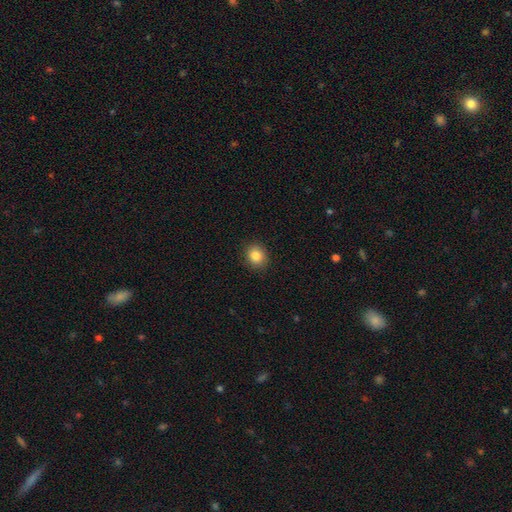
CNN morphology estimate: Smooth or featured: smooth — 85% (star or artifact — 10%)
How rounded: round — 73% (in between — 26%)
Merging: none — 91% (minor disturbance — 6%)